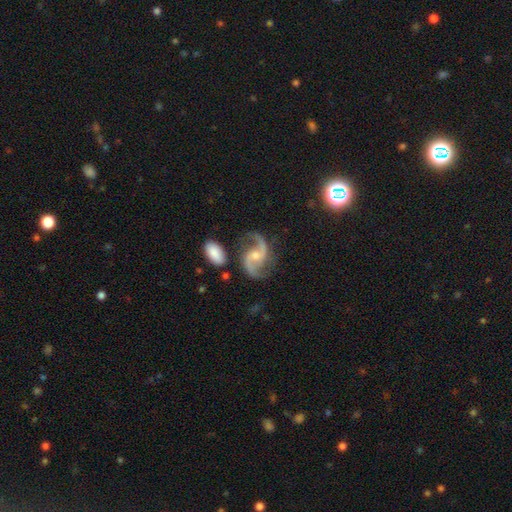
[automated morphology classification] A featured or disk galaxy (91%) with no bar (47%), 2 (93%) loose (55%) spiral arms (98%) and a small central bulge (46%). Merging: none (73%).